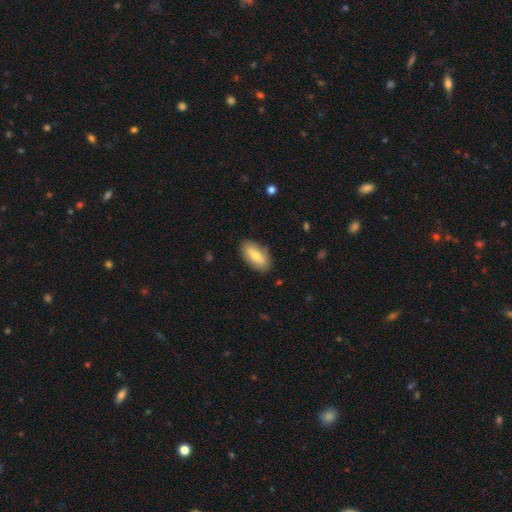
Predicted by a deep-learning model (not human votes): smooth-or-featured: smooth: 73% | featured or disk: 21% | star or artifact: 6%
  how-rounded: in between: 88% | cigar-shaped: 9% | round: 3%
  merging: none: 86% | minor disturbance: 10% | major disturbance: 3% | merger: 1%